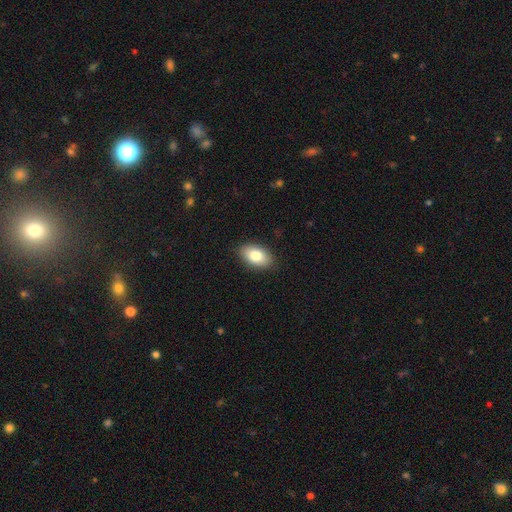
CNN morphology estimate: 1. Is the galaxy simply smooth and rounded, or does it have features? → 81% smooth, 12% featured or disk, 7% star or artifact.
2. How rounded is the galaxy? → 92% in between, 6% round, 2% cigar-shaped.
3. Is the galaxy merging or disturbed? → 88% none, 9% minor disturbance, 2% major disturbance, 1% merger.